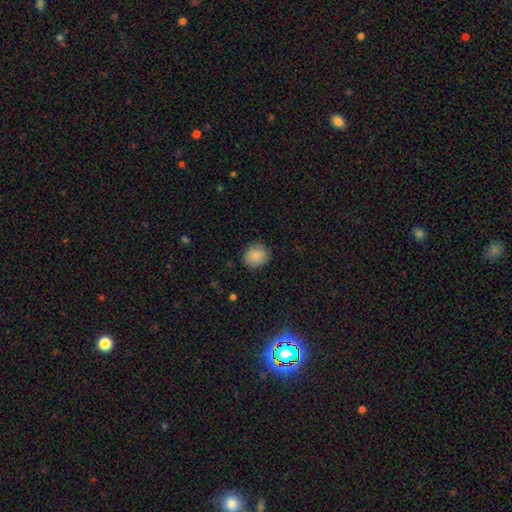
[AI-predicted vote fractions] Q: Smooth or featured?
A: smooth (81%); runner-up: featured or disk (11%)
Q: How rounded?
A: round (75%); runner-up: in between (24%)
Q: Merging?
A: none (79%); runner-up: minor disturbance (17%)